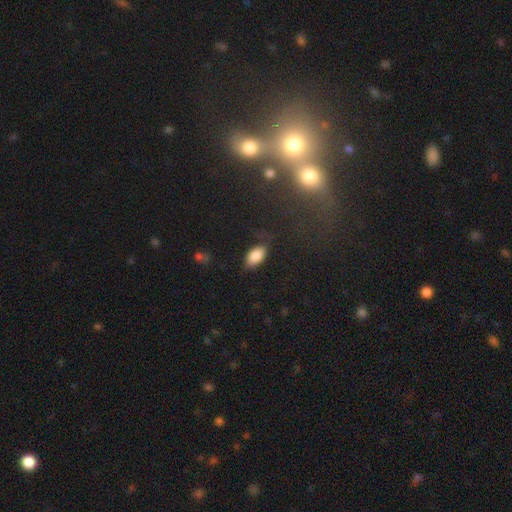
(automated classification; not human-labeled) smooth_or_featured: smooth (p=0.85) [alt: featured or disk p=0.08]
how_rounded: in between (p=0.93) [alt: round p=0.04]
merging: none (p=0.76) [alt: minor disturbance p=0.18]